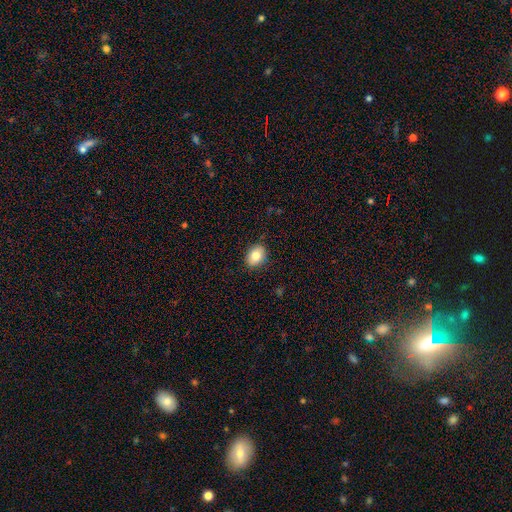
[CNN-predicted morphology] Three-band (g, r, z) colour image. It shows a smooth galaxy with no disk features (81%) that is in between round and cigar-shaped (64%). Merging: none (87%).